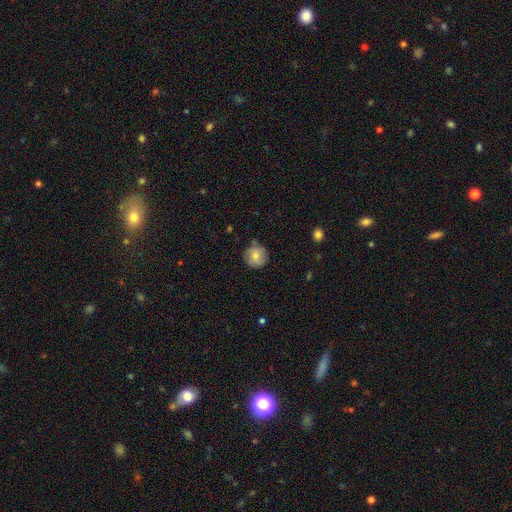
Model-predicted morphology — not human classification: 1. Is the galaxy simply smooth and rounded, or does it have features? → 75% smooth, 17% featured or disk, 8% star or artifact.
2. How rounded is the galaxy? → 93% round, 6% in between, 1% cigar-shaped.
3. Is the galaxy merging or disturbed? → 77% none, 18% minor disturbance, 3% major disturbance, 2% merger.